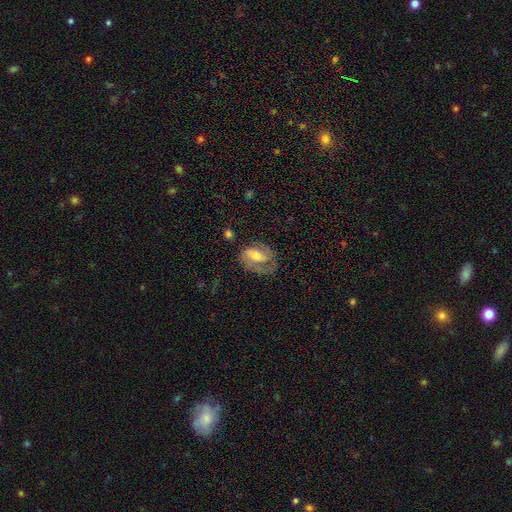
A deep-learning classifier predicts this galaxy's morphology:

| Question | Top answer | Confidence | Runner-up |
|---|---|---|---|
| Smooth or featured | featured or disk | 60% | smooth (33%) |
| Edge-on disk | no | 95% | yes (5%) |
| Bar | weak | 44% | no (30%) |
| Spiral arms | yes | 79% | no (21%) |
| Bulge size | moderate | 63% | small (19%) |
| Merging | none | 52% | minor disturbance (27%) |